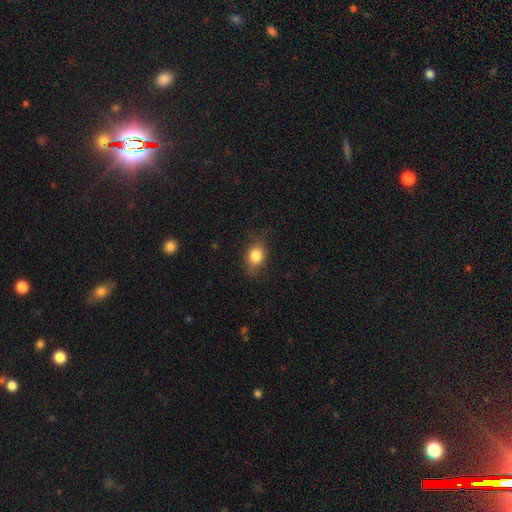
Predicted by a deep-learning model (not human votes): Morphology: type=smooth (82%); roundness=in between (62%); merging=none (75%).